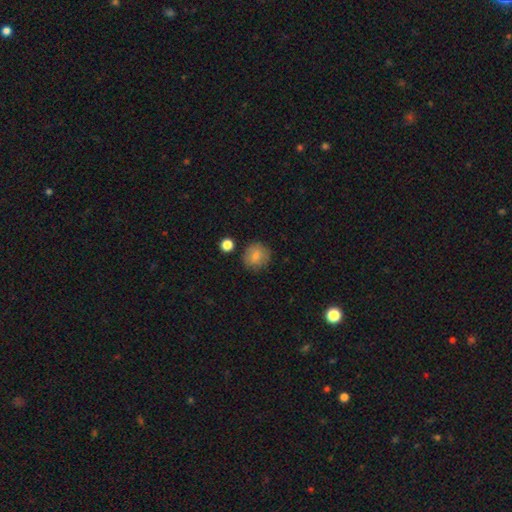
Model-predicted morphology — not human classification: smooth_or_featured: smooth (p=0.81) [alt: featured or disk p=0.10]
how_rounded: round (p=0.87) [alt: in between p=0.12]
merging: none (p=0.82) [alt: minor disturbance p=0.12]